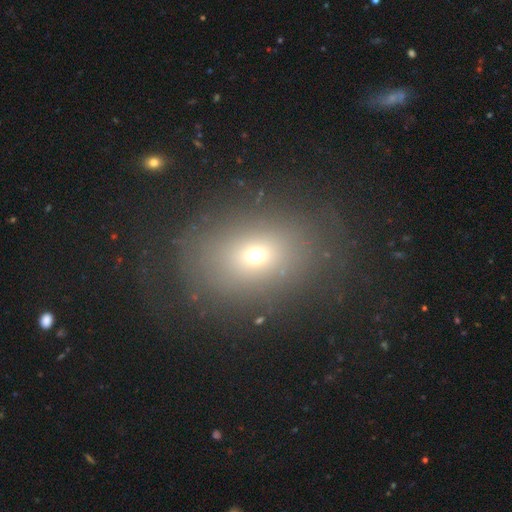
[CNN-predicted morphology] smooth 64%, star or artifact 21%, featured or disk 15%. Down the decision tree: how rounded — in between (53%); merging — none (75%).